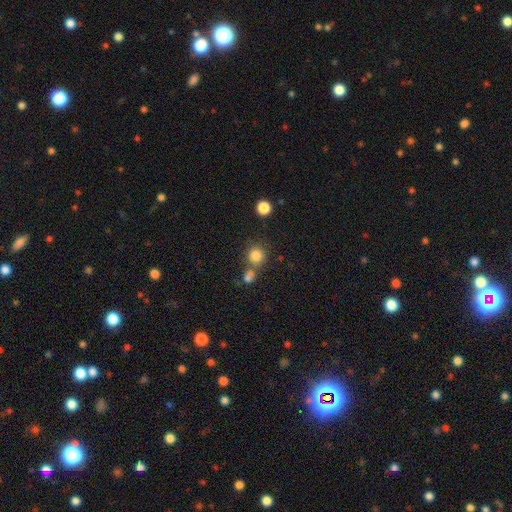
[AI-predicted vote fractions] Smooth or featured? smooth (82%)
How rounded? round (90%)
Merging? none (63%)